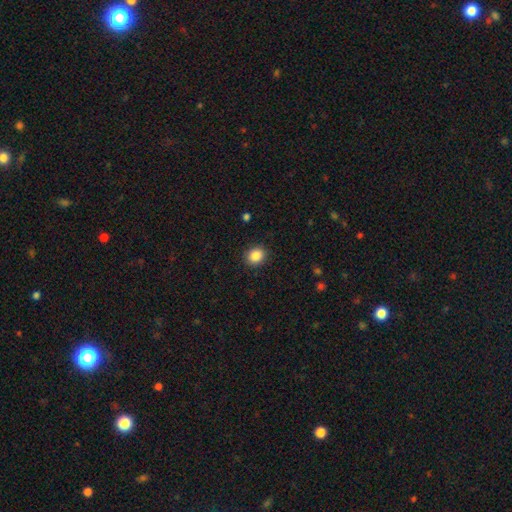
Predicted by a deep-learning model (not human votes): smooth_or_featured: smooth (p=0.87) [alt: star or artifact p=0.09]
how_rounded: round (p=0.67) [alt: in between p=0.32]
merging: none (p=0.90) [alt: minor disturbance p=0.07]